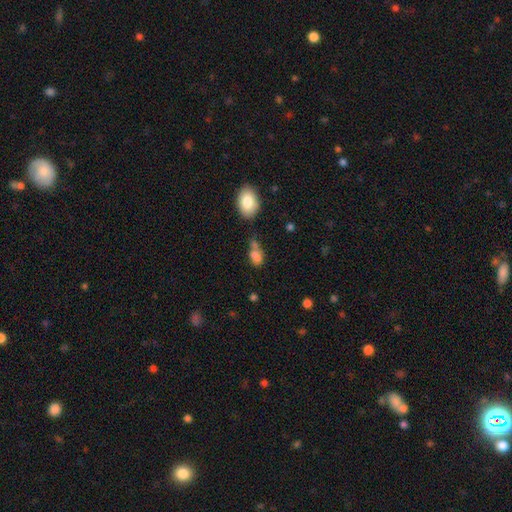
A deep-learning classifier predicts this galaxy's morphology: Smooth or featured? smooth (76%)
How rounded? in between (82%)
Merging? merger (37%)